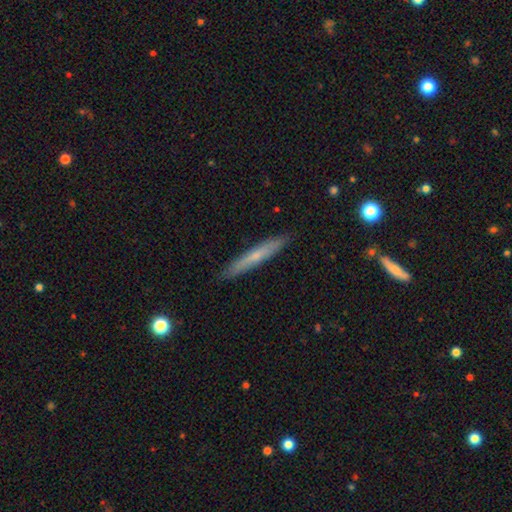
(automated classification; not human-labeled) The model was most divided on "smooth or featured": smooth: 53%, featured or disk: 41%, star or artifact: 6%. More confident: how rounded — cigar-shaped (95%); merging — none (90%).